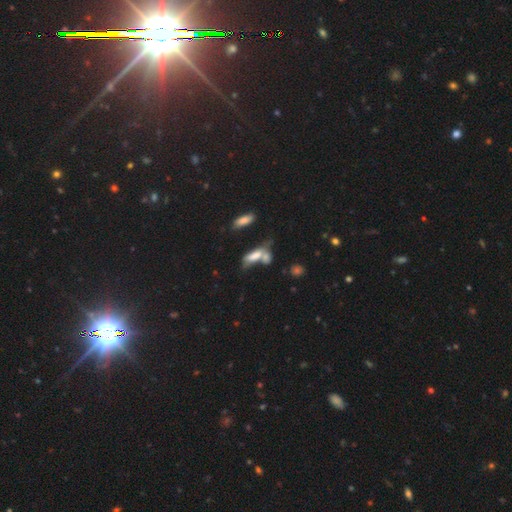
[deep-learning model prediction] smooth_or_featured: smooth (p=0.66) [alt: featured or disk p=0.23]
how_rounded: in between (p=0.69) [alt: cigar-shaped p=0.26]
merging: merger (p=0.53) [alt: none p=0.22]